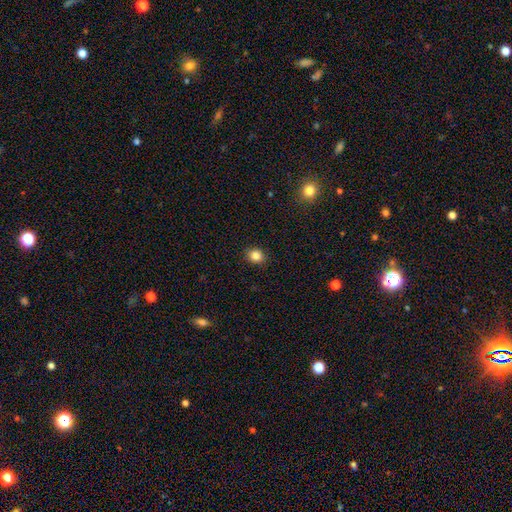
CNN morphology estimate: The model was most divided on "how rounded": round: 65%, in between: 34%, cigar-shaped: 1%. More confident: merging — none (90%); smooth or featured — smooth (84%).